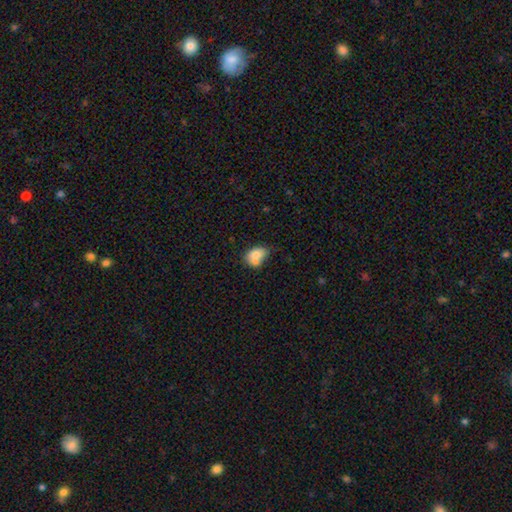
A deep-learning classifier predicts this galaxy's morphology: smooth-or-featured: smooth: 76% | featured or disk: 15% | star or artifact: 9%
  how-rounded: in between: 71% | round: 27% | cigar-shaped: 1%
  merging: merger: 36% | none: 35% | minor disturbance: 21% | major disturbance: 8%